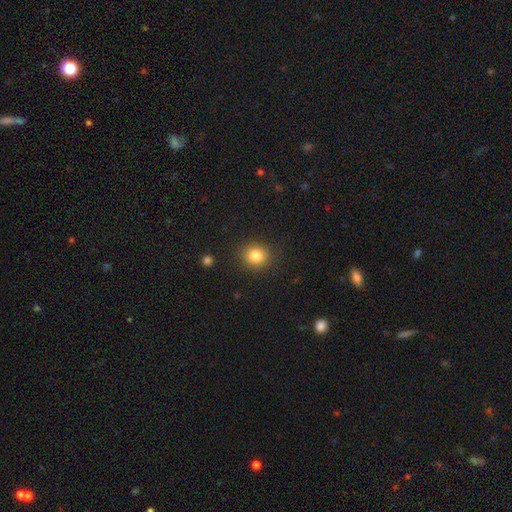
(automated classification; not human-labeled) Smooth or featured? Predicted: smooth (p=0.83). How rounded? Predicted: round (p=0.81). Merging? Predicted: none (p=0.89).